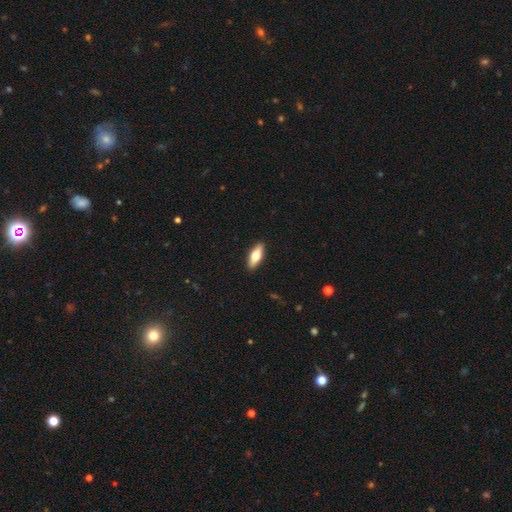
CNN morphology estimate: Smooth or featured?
  - smooth: 64% *
  - featured or disk: 30%
  - star or artifact: 6%
How rounded?
  - in between: 65% *
  - cigar-shaped: 32%
  - round: 3%
Merging?
  - none: 91% *
  - minor disturbance: 7%
  - major disturbance: 2%
  - merger: 1%